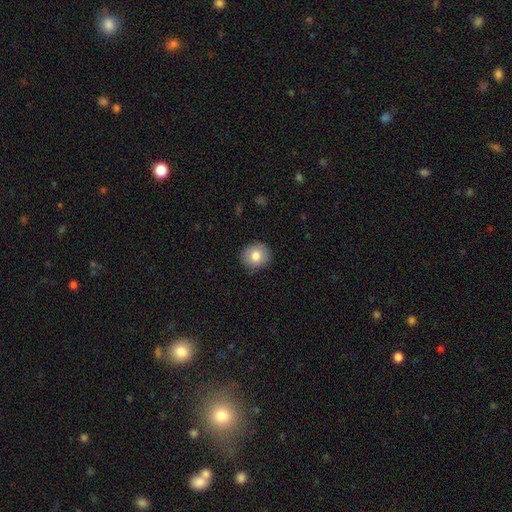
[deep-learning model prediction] This appears to be a smooth galaxy with no disk features (81%) that is round (81%). Merging: none (88%).